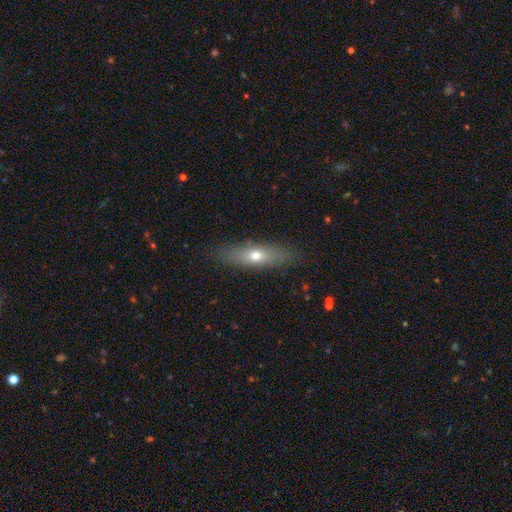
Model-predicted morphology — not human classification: smooth-or-featured: smooth: 60% | featured or disk: 32% | star or artifact: 8%
  how-rounded: cigar-shaped: 57% | in between: 39% | round: 4%
  merging: none: 85% | minor disturbance: 11% | major disturbance: 3% | merger: 1%